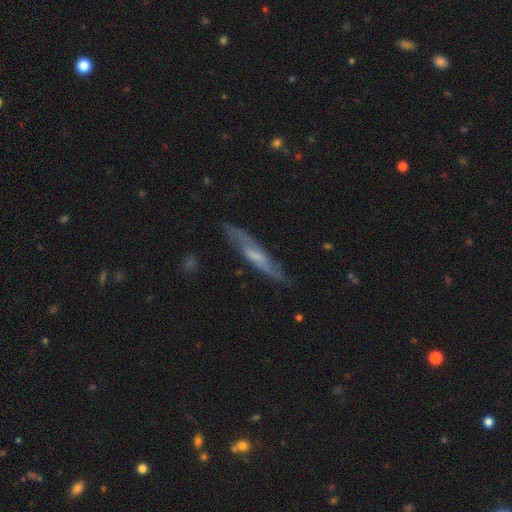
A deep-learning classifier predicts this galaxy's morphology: smooth_or_featured: featured or disk (p=0.65) [alt: smooth p=0.29]
disk_edge_on: yes (p=0.62) [alt: no p=0.38]
merging: none (p=0.77) [alt: minor disturbance p=0.17]